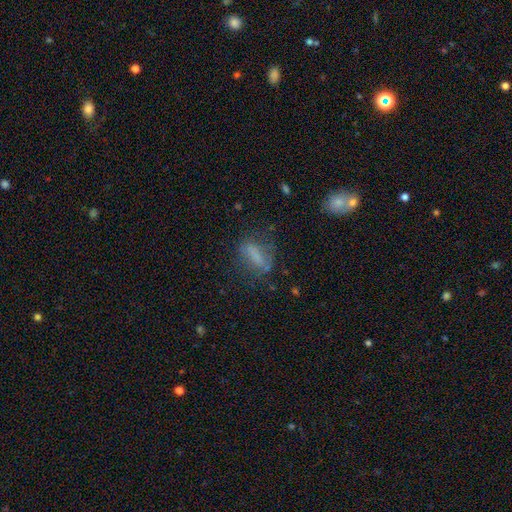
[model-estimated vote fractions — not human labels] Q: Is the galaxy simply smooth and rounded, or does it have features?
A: smooth — 63%.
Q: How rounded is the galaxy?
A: in between — 53%.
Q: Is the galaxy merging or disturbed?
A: none — 59%.